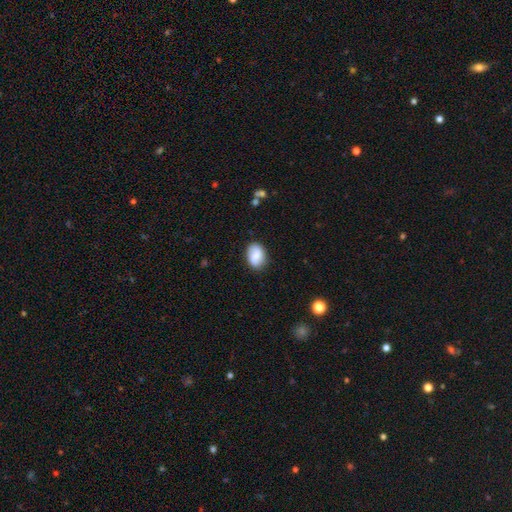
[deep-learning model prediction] smooth_or_featured: smooth (p=0.73) [alt: featured or disk p=0.19]
how_rounded: in between (p=0.78) [alt: round p=0.20]
merging: none (p=0.79) [alt: minor disturbance p=0.16]